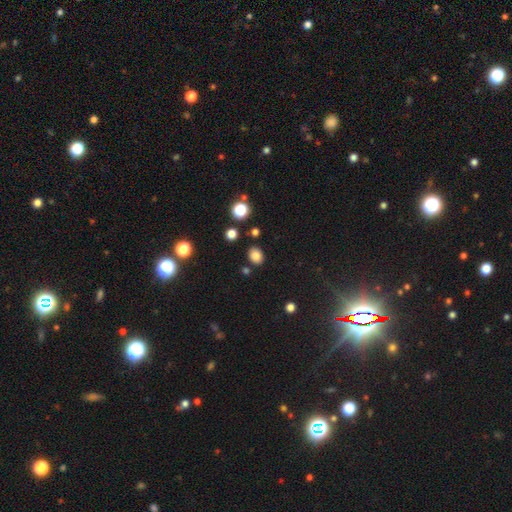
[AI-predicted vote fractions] smooth 82%, star or artifact 13%, featured or disk 5%. Down the decision tree: how rounded — in between (54%); merging — none (83%).